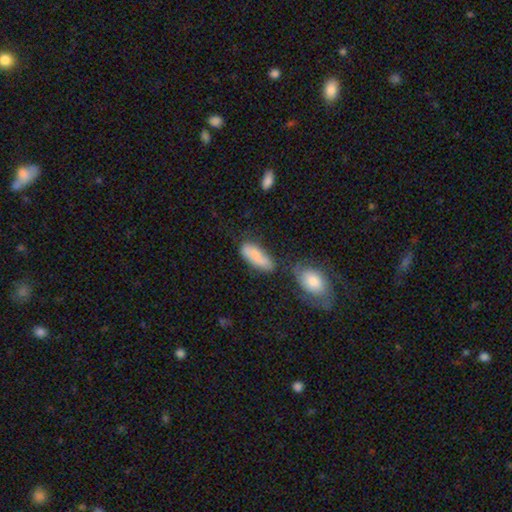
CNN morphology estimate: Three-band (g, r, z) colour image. It shows a smooth galaxy with no disk features (82%) that is in between round and cigar-shaped (66%). Merging: none (51%).